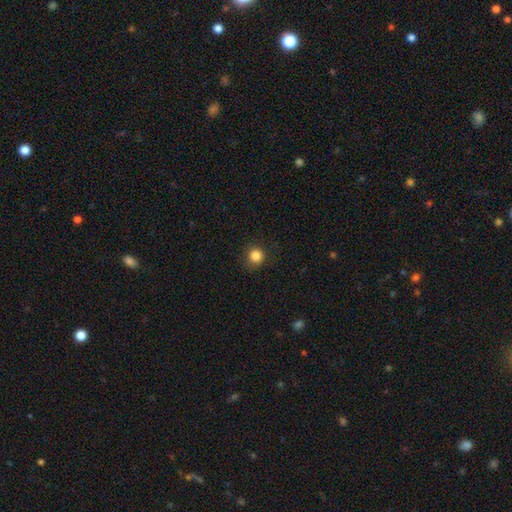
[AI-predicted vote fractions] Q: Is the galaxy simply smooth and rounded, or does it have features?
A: smooth — 85%.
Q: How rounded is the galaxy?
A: round — 92%.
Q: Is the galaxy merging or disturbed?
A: none — 87%.